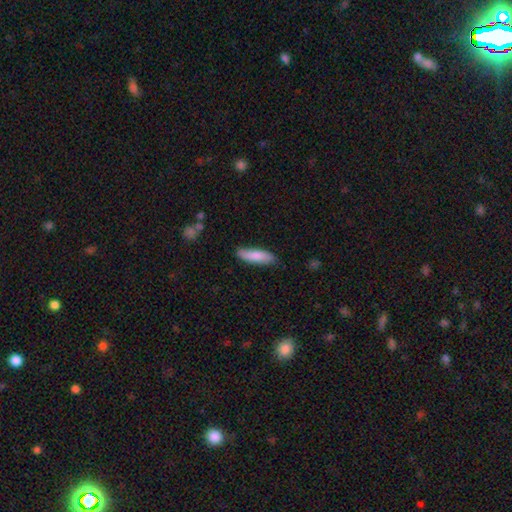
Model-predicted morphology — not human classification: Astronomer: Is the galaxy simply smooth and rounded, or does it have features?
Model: smooth — 82%.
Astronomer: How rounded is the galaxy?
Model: cigar-shaped — 62%.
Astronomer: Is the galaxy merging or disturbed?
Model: none — 82%.